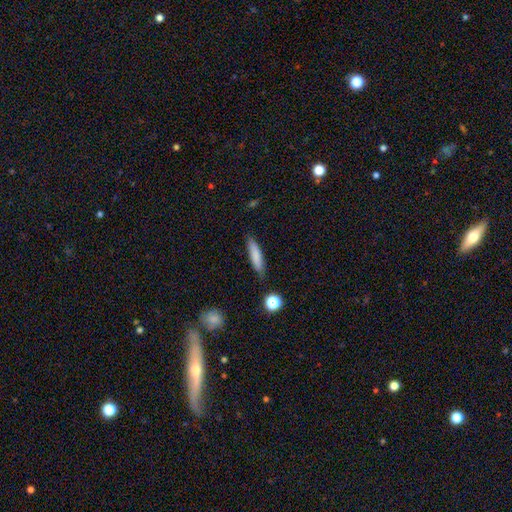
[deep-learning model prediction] The model was most divided on "how rounded": cigar-shaped: 79%, in between: 19%, round: 2%. More confident: merging — none (83%); smooth or featured — smooth (81%).